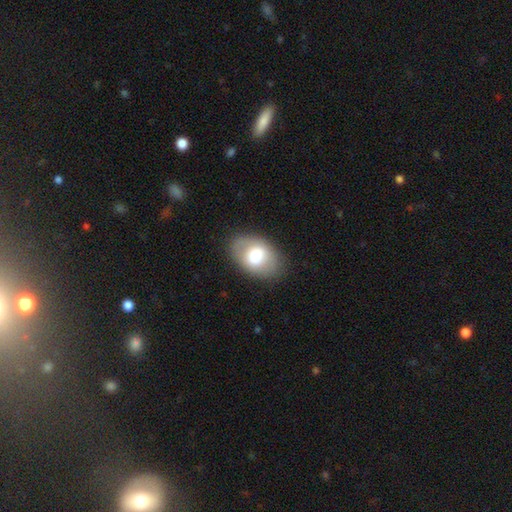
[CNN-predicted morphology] Q: Smooth or featured?
A: smooth (68%); runner-up: featured or disk (25%)
Q: How rounded?
A: in between (85%); runner-up: round (14%)
Q: Merging?
A: none (84%); runner-up: minor disturbance (11%)